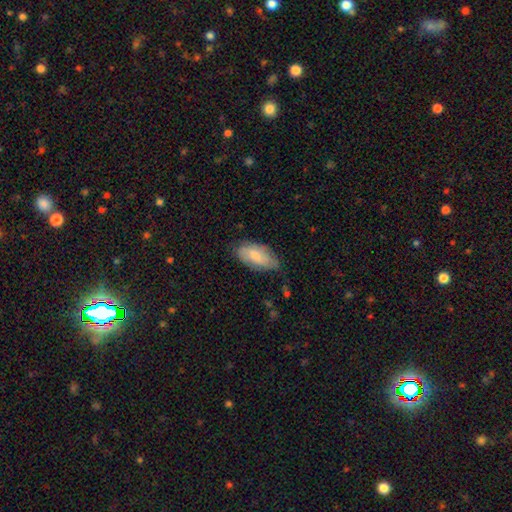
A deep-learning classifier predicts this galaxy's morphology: Smooth or featured? smooth (74%)
How rounded? in between (92%)
Merging? none (66%)